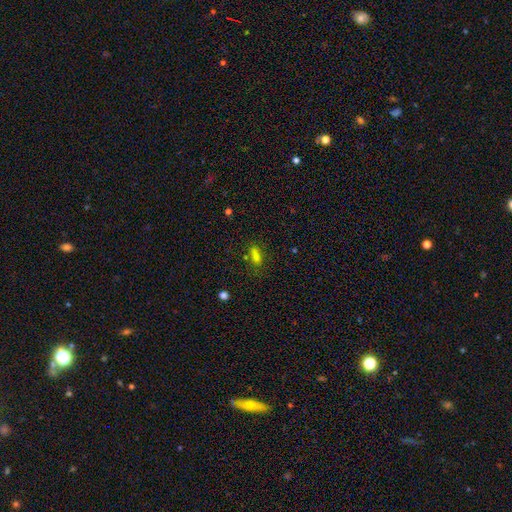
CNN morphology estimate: This appears to be a smooth galaxy with no disk features (75%) that is in between round and cigar-shaped (60%). Merging: none (69%).